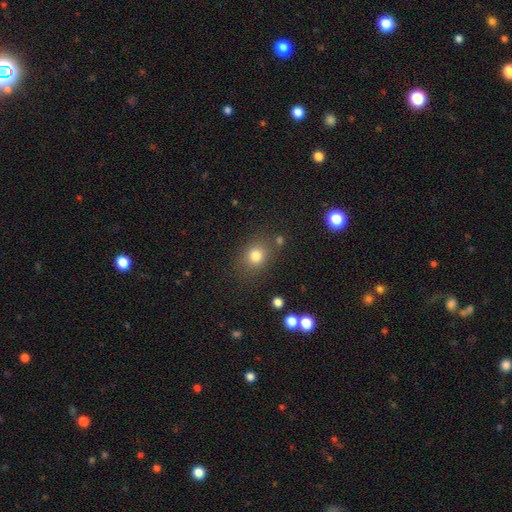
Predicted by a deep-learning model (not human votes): Smooth or featured: smooth — 78% (star or artifact — 13%)
How rounded: round — 60% (in between — 39%)
Merging: none — 77% (minor disturbance — 13%)